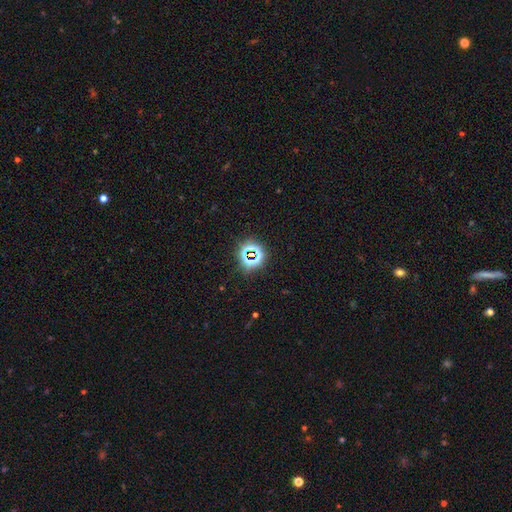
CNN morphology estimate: This is likely a star or artifact rather than a galaxy (75%).